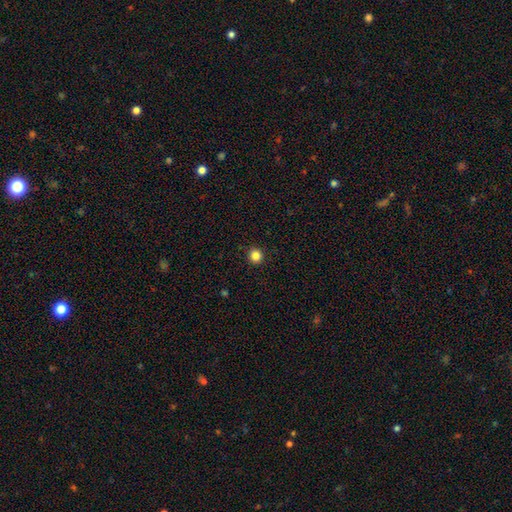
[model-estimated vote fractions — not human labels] A smooth galaxy with no disk features (85%) that is round (92%).

Vote fractions:
- Smooth or featured? smooth: 85% / star or artifact: 12% / featured or disk: 4%
- How rounded? round: 92% / in between: 7% / cigar-shaped: 1%
- Merging? none: 92% / minor disturbance: 5% / major disturbance: 2% / merger: 1%